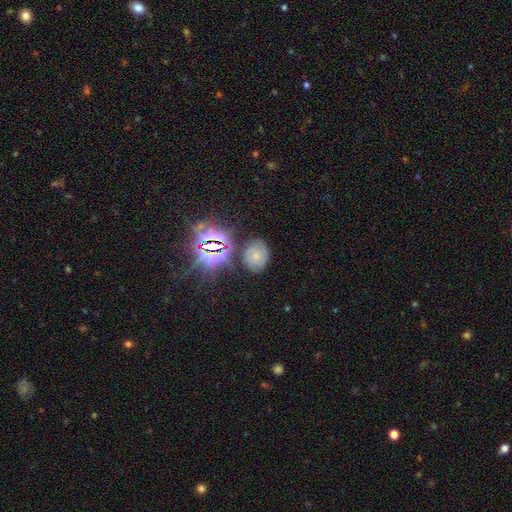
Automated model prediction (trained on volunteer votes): The model was most divided on "smooth or featured": smooth: 43%, featured or disk: 33%, star or artifact: 24%. More confident: merging — none (73%).